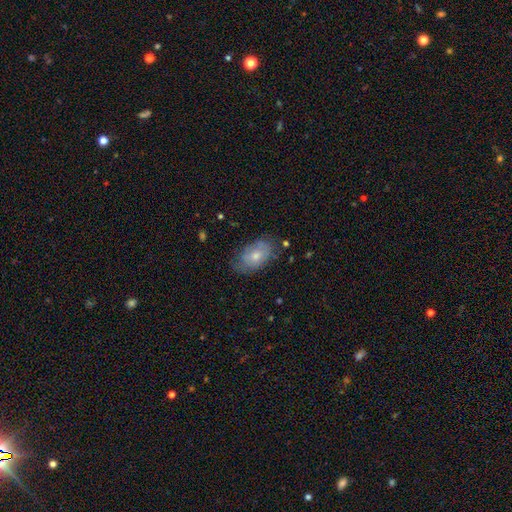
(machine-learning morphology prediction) Smooth or featured: smooth — 60% (featured or disk — 32%)
How rounded: in between — 90% (round — 9%)
Merging: none — 64% (minor disturbance — 26%)